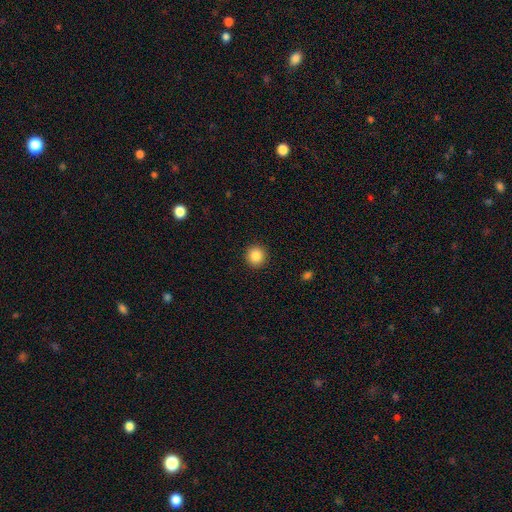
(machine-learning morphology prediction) smooth-or-featured: smooth: 86% | star or artifact: 10% | featured or disk: 4%
  how-rounded: round: 94% | in between: 5% | cigar-shaped: 1%
  merging: none: 92% | minor disturbance: 5% | major disturbance: 2% | merger: 1%